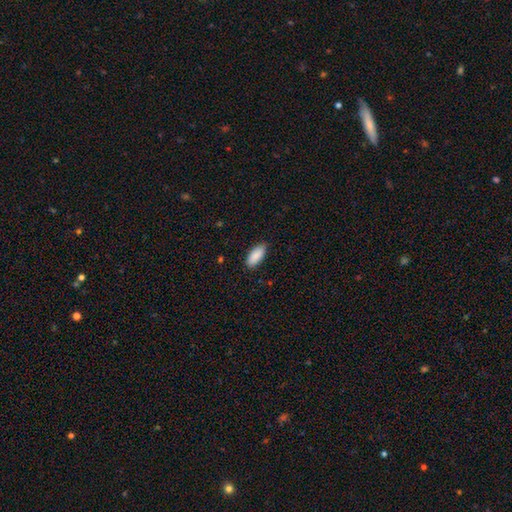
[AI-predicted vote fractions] A smooth galaxy with no disk features (90%) that is in between round and cigar-shaped (88%).

Vote fractions:
- Smooth or featured? smooth: 90% / star or artifact: 6% / featured or disk: 4%
- How rounded? in between: 88% / cigar-shaped: 11% / round: 2%
- Merging? none: 86% / minor disturbance: 11% / major disturbance: 2% / merger: 1%